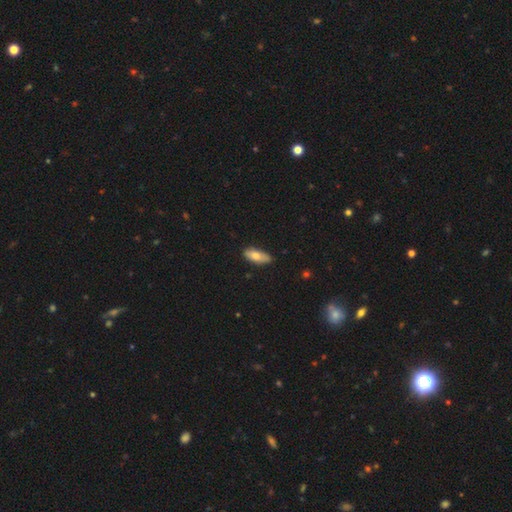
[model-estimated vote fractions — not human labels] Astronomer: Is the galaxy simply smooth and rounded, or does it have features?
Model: smooth — 74%.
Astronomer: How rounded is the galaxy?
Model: in between — 78%.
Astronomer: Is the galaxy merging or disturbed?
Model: none — 78%.